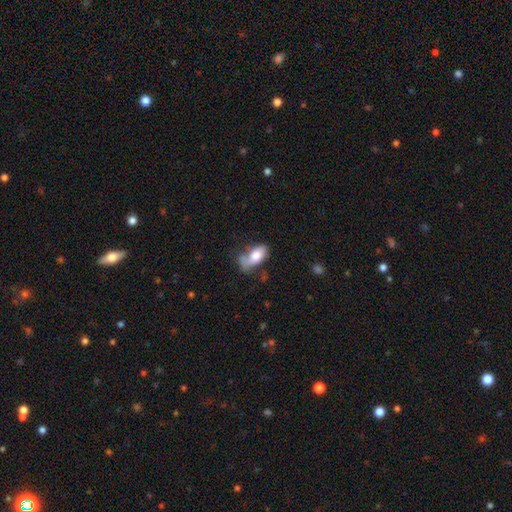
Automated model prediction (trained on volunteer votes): Q: Smooth or featured?
A: smooth (75%); runner-up: featured or disk (18%)
Q: How rounded?
A: in between (90%); runner-up: cigar-shaped (5%)
Q: Merging?
A: none (36%); runner-up: minor disturbance (29%)